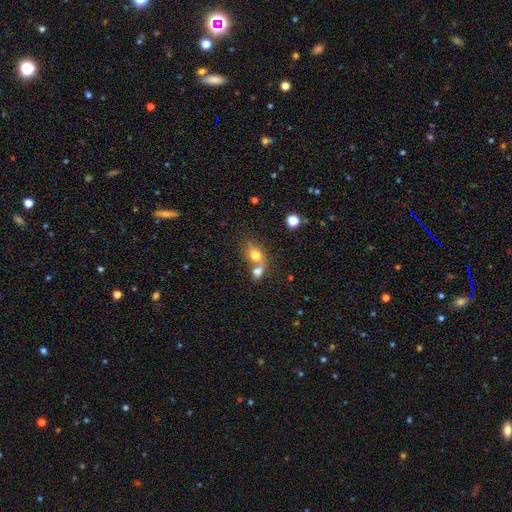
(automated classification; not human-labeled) smooth_or_featured: smooth (p=0.76) [alt: featured or disk p=0.14]
how_rounded: in between (p=0.65) [alt: round p=0.33]
merging: merger (p=0.56) [alt: none p=0.32]